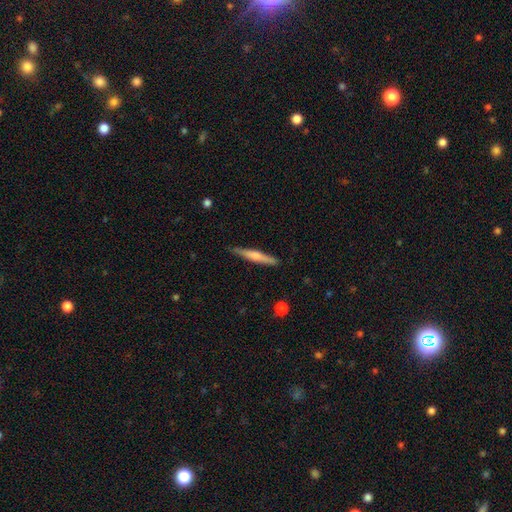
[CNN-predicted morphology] Q: Smooth or featured?
A: smooth (54%); runner-up: featured or disk (40%)
Q: How rounded?
A: cigar-shaped (93%); runner-up: in between (5%)
Q: Merging?
A: none (85%); runner-up: minor disturbance (12%)